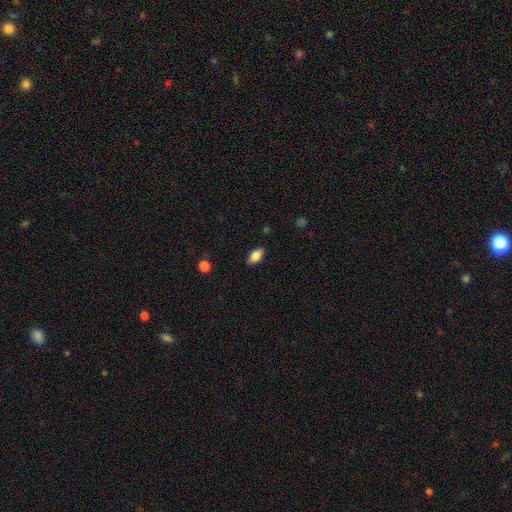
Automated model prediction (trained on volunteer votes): Overall: smooth (81%). How rounded: in between (90%). Merging: none (86%).